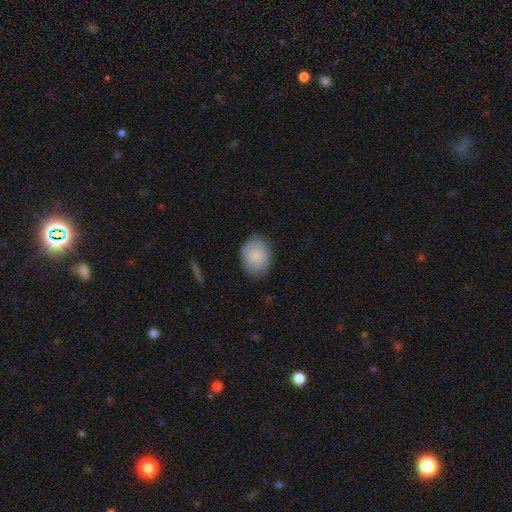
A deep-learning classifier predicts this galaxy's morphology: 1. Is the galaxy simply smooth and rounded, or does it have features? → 80% smooth, 14% featured or disk, 7% star or artifact.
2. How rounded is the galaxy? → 50% in between, 49% round, 1% cigar-shaped.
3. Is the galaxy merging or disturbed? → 78% none, 17% minor disturbance, 4% major disturbance, 1% merger.